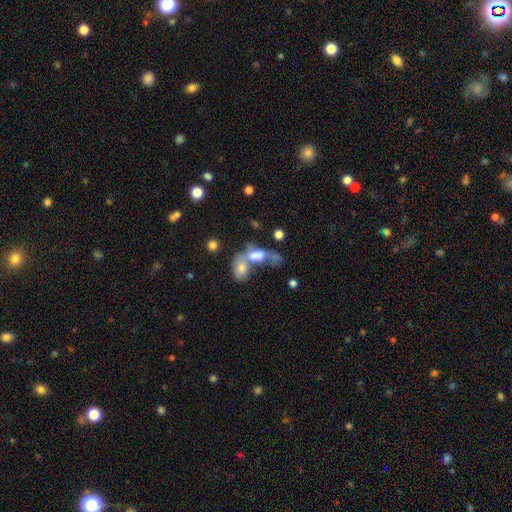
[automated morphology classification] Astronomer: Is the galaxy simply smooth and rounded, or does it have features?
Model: smooth — 59%.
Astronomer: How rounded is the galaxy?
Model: in between — 79%.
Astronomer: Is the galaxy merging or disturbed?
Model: merger — 67%.